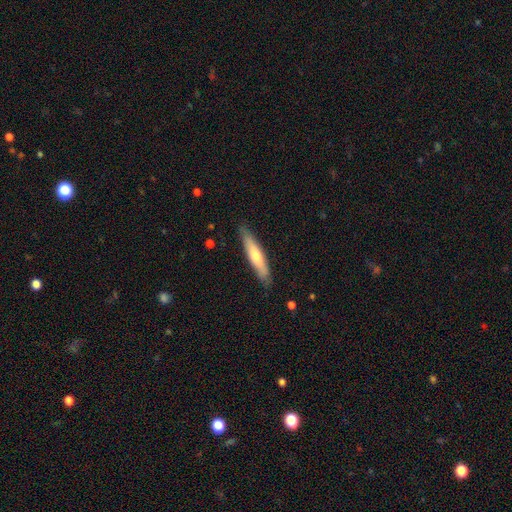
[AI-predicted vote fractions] Smooth or featured?
  - smooth: 56% *
  - featured or disk: 38%
  - star or artifact: 6%
How rounded?
  - cigar-shaped: 87% *
  - in between: 12%
  - round: 1%
Merging?
  - none: 86% *
  - minor disturbance: 11%
  - major disturbance: 2%
  - merger: 1%